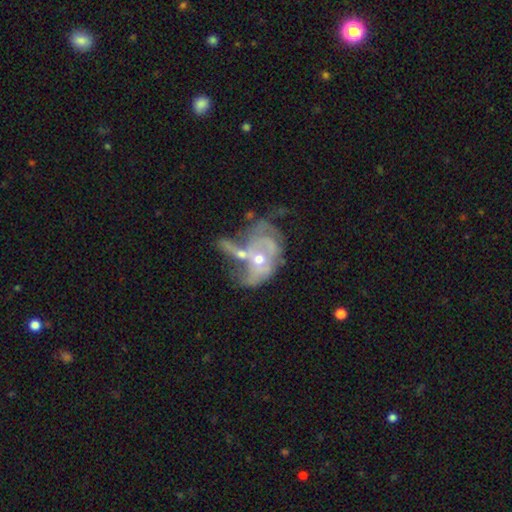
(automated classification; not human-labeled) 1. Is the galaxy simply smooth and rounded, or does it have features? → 78% featured or disk, 13% smooth, 9% star or artifact.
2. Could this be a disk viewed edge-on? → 96% no, 4% yes.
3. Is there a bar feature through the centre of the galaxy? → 74% no, 20% weak, 6% strong.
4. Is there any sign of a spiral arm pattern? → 74% yes, 26% no.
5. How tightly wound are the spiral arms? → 45% tight, 35% medium, 21% loose.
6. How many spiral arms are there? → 47% can't tell, 21% 2, 15% 3, 7% 1, 6% 4, 4% more than 4.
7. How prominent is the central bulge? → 53% moderate, 41% small, 2% large, 2% none, 1% dominant.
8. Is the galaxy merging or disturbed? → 47% merger, 22% major disturbance, 19% none, 12% minor disturbance.